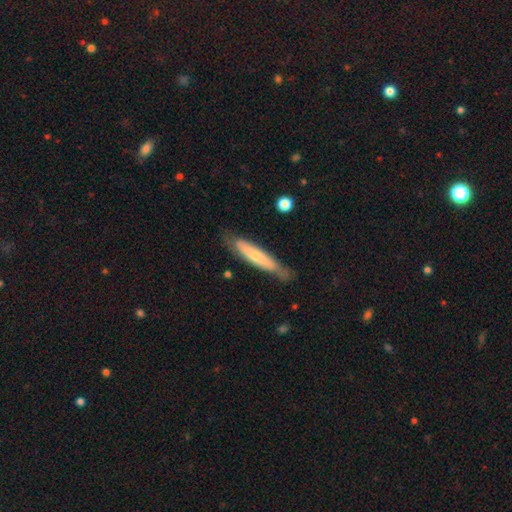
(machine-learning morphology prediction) smooth_or_featured: smooth (p=0.53) [alt: featured or disk p=0.41]
how_rounded: cigar-shaped (p=0.87) [alt: in between p=0.12]
merging: none (p=0.70) [alt: minor disturbance p=0.22]